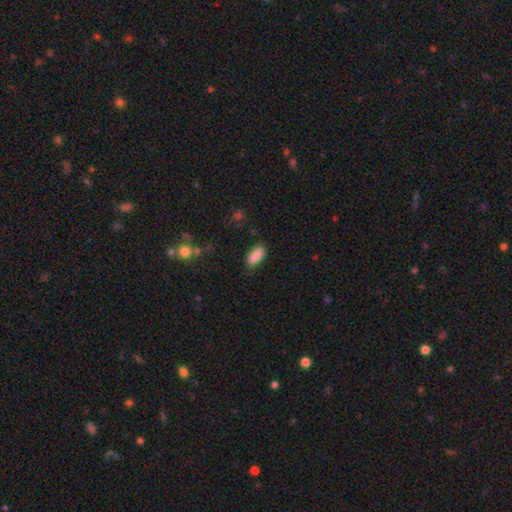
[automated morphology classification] Q: Smooth or featured?
A: smooth (88%); runner-up: star or artifact (7%)
Q: How rounded?
A: in between (87%); runner-up: cigar-shaped (11%)
Q: Merging?
A: none (81%); runner-up: minor disturbance (14%)